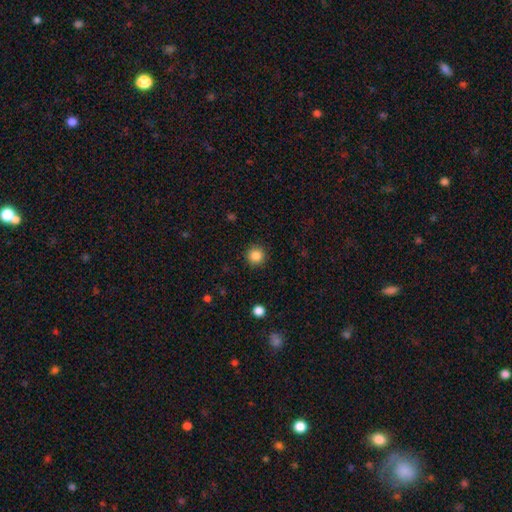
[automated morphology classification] The model was most divided on "smooth or featured": smooth: 86%, star or artifact: 11%, featured or disk: 4%. More confident: how rounded — round (95%); merging — none (91%).